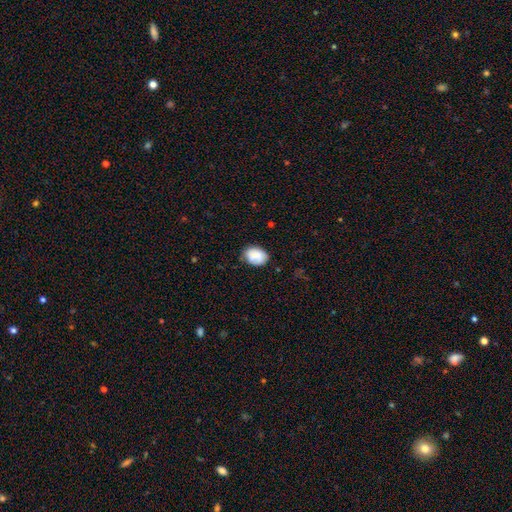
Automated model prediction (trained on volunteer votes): Smooth or featured: smooth — 82% (featured or disk — 10%)
How rounded: in between — 69% (round — 30%)
Merging: none — 72% (minor disturbance — 22%)